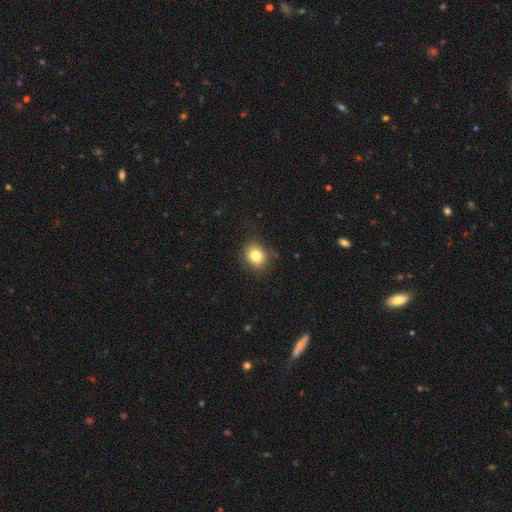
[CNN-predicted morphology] Smooth or featured?
  - smooth: 81% *
  - star or artifact: 10%
  - featured or disk: 9%
How rounded?
  - round: 63% *
  - in between: 36%
  - cigar-shaped: 1%
Merging?
  - none: 82% *
  - minor disturbance: 13%
  - major disturbance: 4%
  - merger: 1%